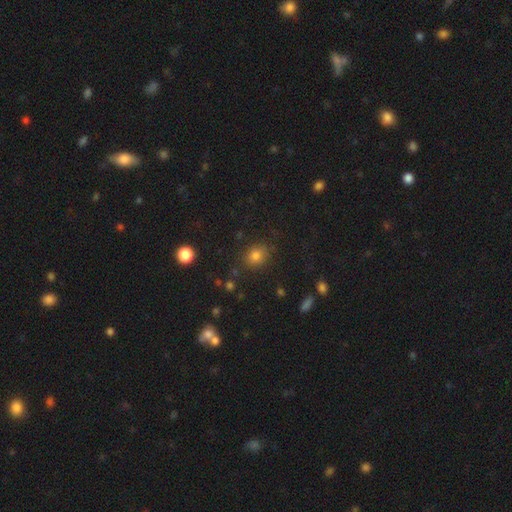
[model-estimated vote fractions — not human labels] smooth_or_featured: smooth (p=0.80) [alt: star or artifact p=0.14]
how_rounded: round (p=0.61) [alt: in between p=0.38]
merging: none (p=0.82) [alt: minor disturbance p=0.12]